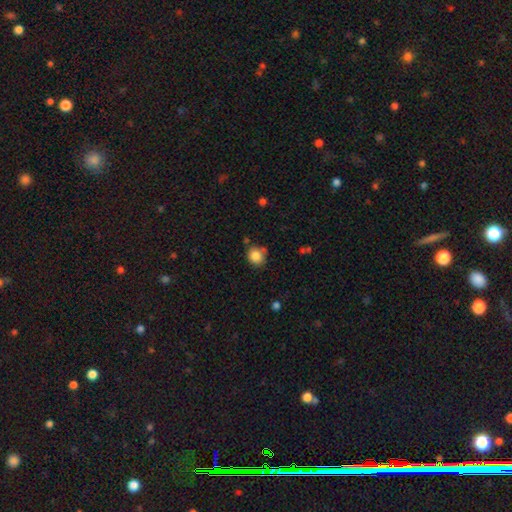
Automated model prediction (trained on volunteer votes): smooth 85%, star or artifact 10%, featured or disk 5%. Down the decision tree: how rounded — round (84%); merging — none (71%).